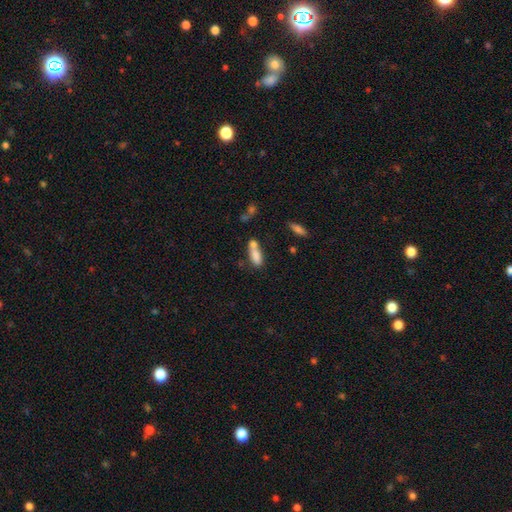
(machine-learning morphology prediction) The model was most divided on "merging": merger: 42%, none: 35%, minor disturbance: 16%, major disturbance: 8%. More confident: smooth or featured — smooth (78%); how rounded — in between (64%).